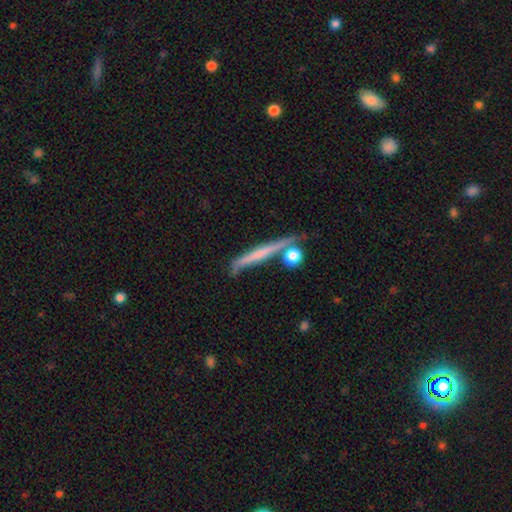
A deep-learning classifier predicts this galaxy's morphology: Overall: smooth (46%, tied with featured or disk). Merging: none (63%).